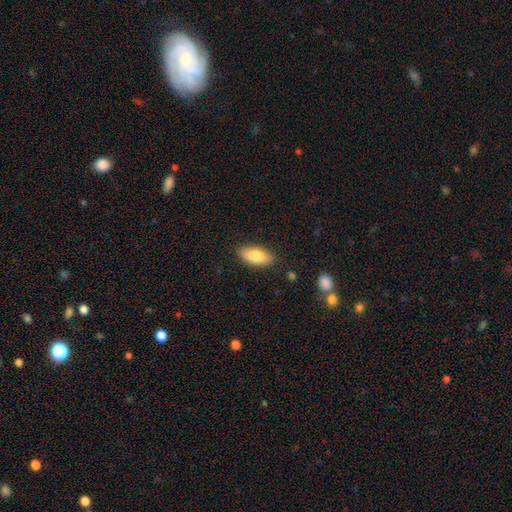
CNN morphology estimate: Smooth or featured?
  - smooth: 84% *
  - featured or disk: 10%
  - star or artifact: 6%
How rounded?
  - in between: 87% *
  - cigar-shaped: 11%
  - round: 2%
Merging?
  - none: 86% *
  - minor disturbance: 10%
  - major disturbance: 2%
  - merger: 2%